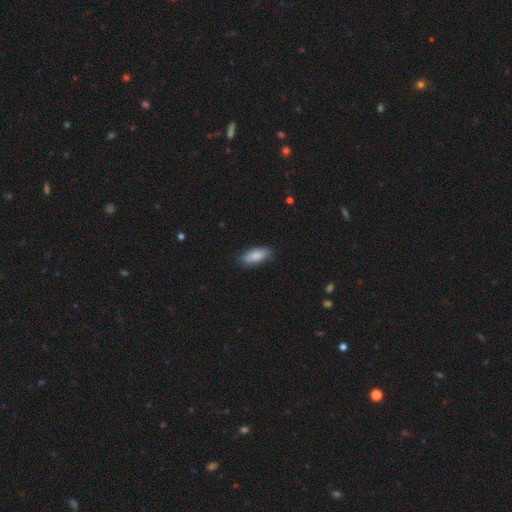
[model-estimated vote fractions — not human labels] The model was most divided on "how rounded": in between: 79%, cigar-shaped: 19%, round: 2%. More confident: smooth or featured — smooth (84%); merging — none (81%).